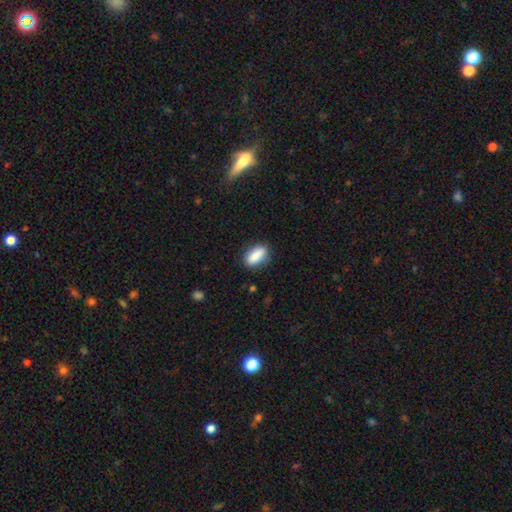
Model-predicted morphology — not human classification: smooth-or-featured: smooth: 86% | star or artifact: 7% | featured or disk: 7%
  how-rounded: in between: 81% | cigar-shaped: 14% | round: 5%
  merging: none: 83% | minor disturbance: 13% | major disturbance: 3% | merger: 1%